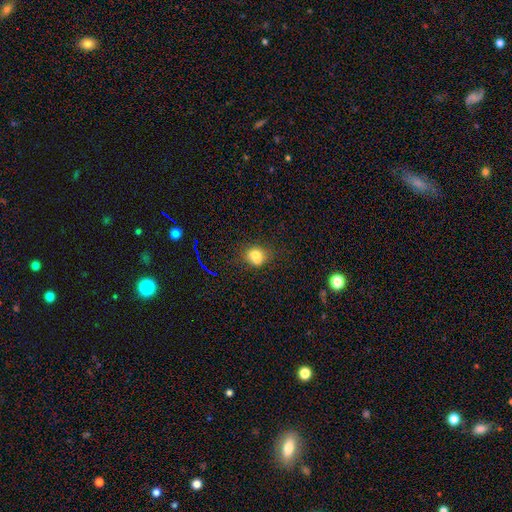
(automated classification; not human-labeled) Smooth or featured? smooth (72%)
How rounded? round (67%)
Merging? none (51%)